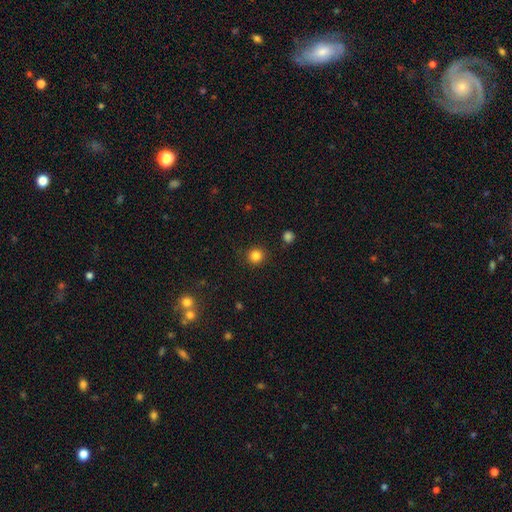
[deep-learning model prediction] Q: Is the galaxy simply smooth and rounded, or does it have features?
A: smooth — 83%.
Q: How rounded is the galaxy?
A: round — 93%.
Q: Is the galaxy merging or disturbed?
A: none — 90%.